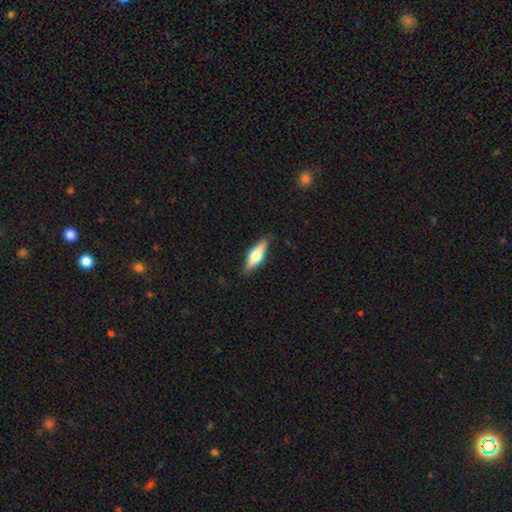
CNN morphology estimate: A smooth galaxy with no disk features (54%) that is cigar-shaped (51%).

Vote fractions:
- Smooth or featured? smooth: 54% / featured or disk: 40% / star or artifact: 6%
- How rounded? cigar-shaped: 51% / in between: 47% / round: 2%
- Merging? none: 86% / minor disturbance: 11% / major disturbance: 2% / merger: 1%